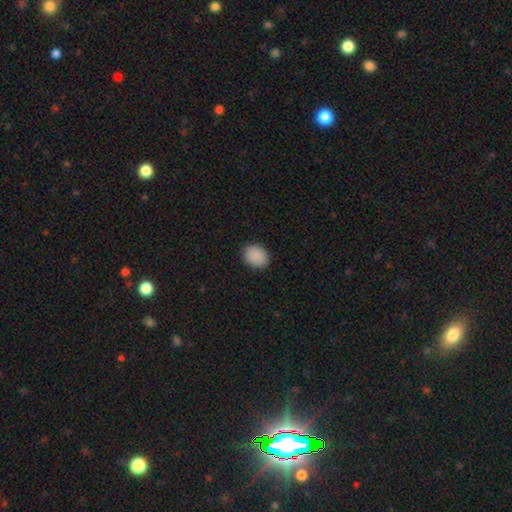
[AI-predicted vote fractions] This is clearly a smooth galaxy (89%). How rounded: possibly in between (51%). Merging: clearly none (88%).